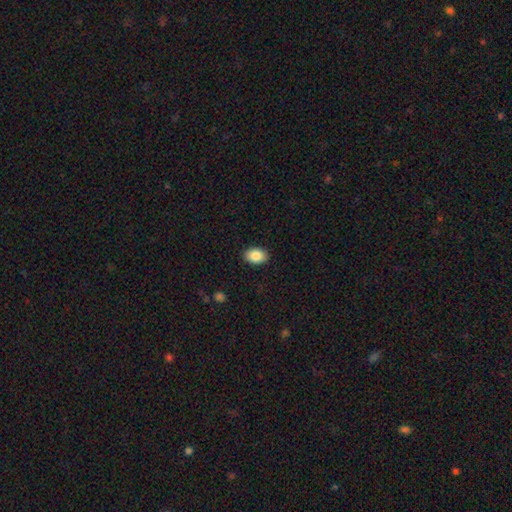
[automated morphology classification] Smooth or featured? Predicted: smooth (p=0.87). How rounded? Predicted: in between (p=0.83). Merging? Predicted: none (p=0.90).